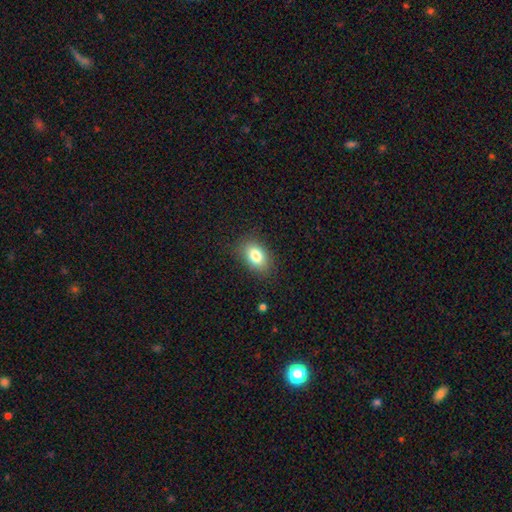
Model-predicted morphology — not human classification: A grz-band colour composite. It shows a smooth galaxy with no disk features (82%) that is in between round and cigar-shaped (85%). Merging: none (84%).